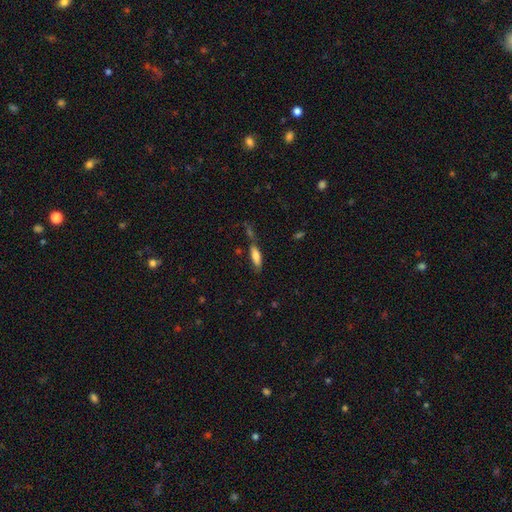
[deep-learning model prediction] Morphology: type=smooth (73%); roundness=cigar-shaped (51%); merging=none (54%).